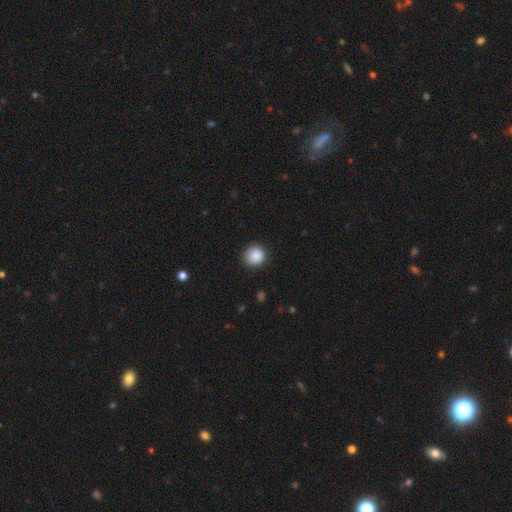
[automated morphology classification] smooth 88%, star or artifact 9%, featured or disk 3%. Down the decision tree: how rounded — round (93%); merging — none (88%).